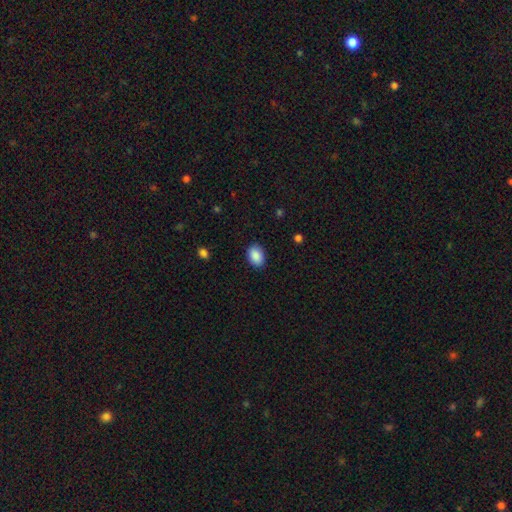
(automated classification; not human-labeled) The model was most divided on "how rounded": in between: 82%, round: 17%, cigar-shaped: 1%. More confident: smooth or featured — smooth (89%); merging — none (87%).